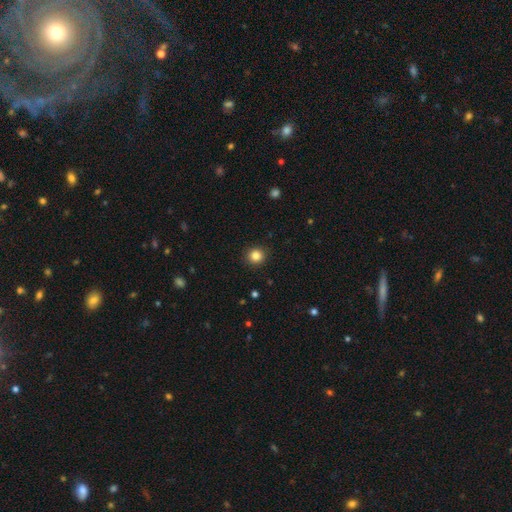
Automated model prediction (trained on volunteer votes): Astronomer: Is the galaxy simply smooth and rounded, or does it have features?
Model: smooth — 84%.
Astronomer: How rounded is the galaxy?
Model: round — 91%.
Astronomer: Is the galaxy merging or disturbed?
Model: none — 91%.